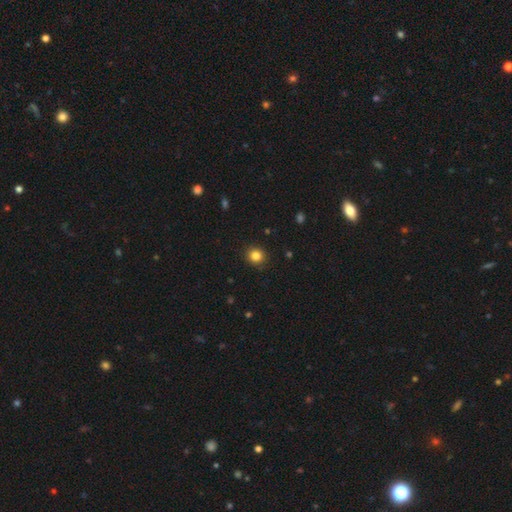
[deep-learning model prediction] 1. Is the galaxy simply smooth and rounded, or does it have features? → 84% smooth, 12% star or artifact, 5% featured or disk.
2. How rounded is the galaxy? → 89% round, 11% in between, 1% cigar-shaped.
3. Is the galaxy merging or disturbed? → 91% none, 6% minor disturbance, 2% major disturbance, 1% merger.